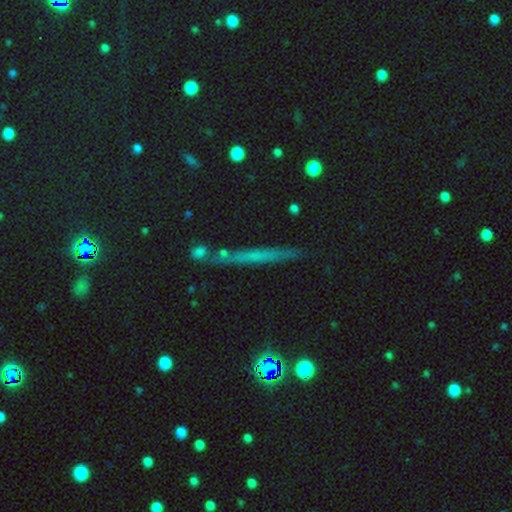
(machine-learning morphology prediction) Overall: smooth (40%; featured or disk 37%). Merging: none (82%).